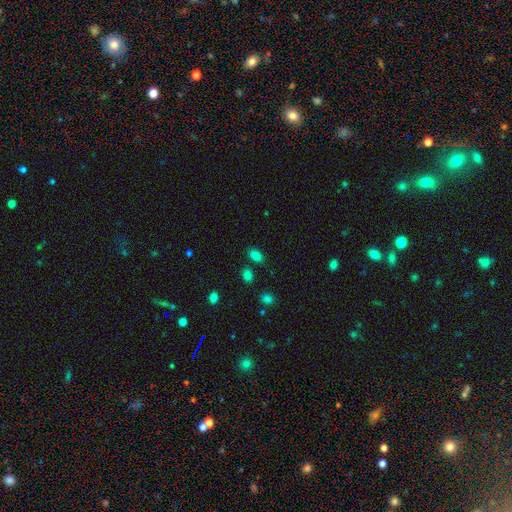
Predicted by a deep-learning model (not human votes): Smooth or featured: smooth — 83% (star or artifact — 12%)
How rounded: in between — 88% (round — 10%)
Merging: none — 80% (minor disturbance — 11%)